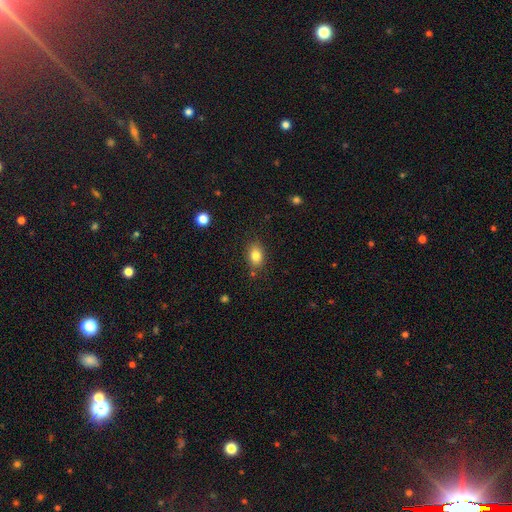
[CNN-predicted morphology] The model was most divided on "how rounded": in between: 75%, round: 24%, cigar-shaped: 1%. More confident: merging — none (82%); smooth or featured — smooth (82%).